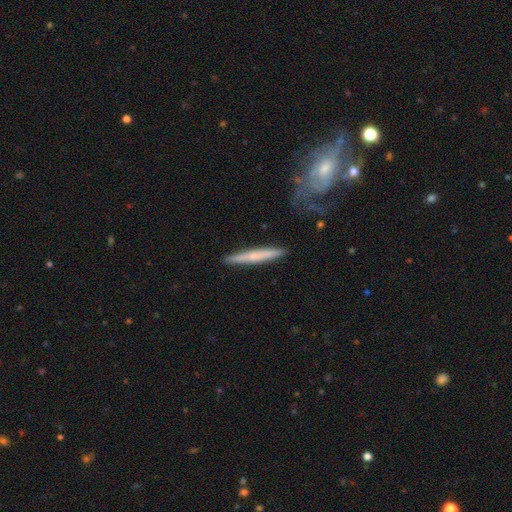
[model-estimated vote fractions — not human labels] Smooth or featured? featured or disk (49%)
Merging? none (87%)